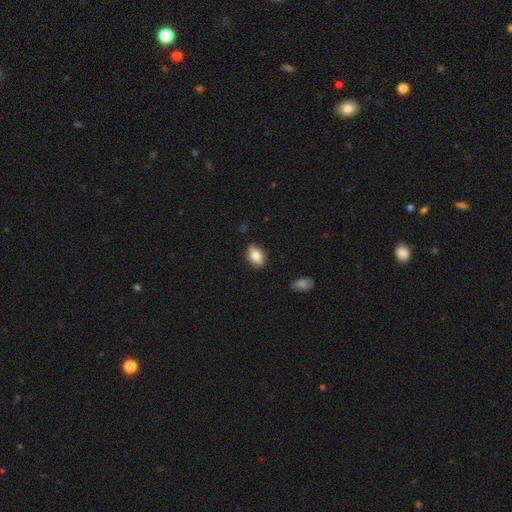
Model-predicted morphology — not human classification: The model was most divided on "how rounded": in between: 86%, round: 11%, cigar-shaped: 2%. More confident: merging — none (86%); smooth or featured — smooth (84%).